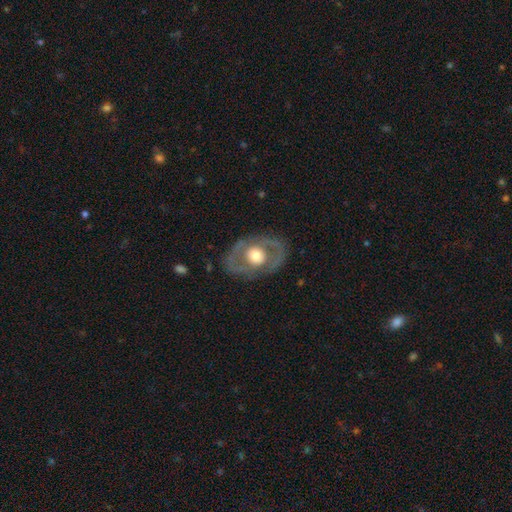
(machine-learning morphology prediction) This appears to be a featured or disk galaxy (63%) with no bar (82%), no spiral arms (68%) and a moderate central bulge (53%). Merging: none (77%).